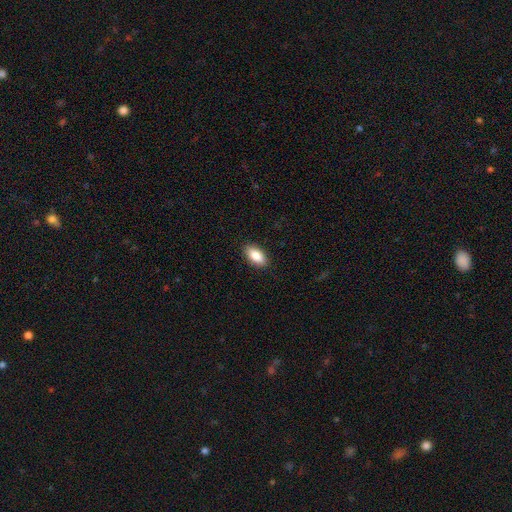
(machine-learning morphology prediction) This appears to be a smooth galaxy with no disk features (84%) that is in between round and cigar-shaped (90%). Merging: none (89%).